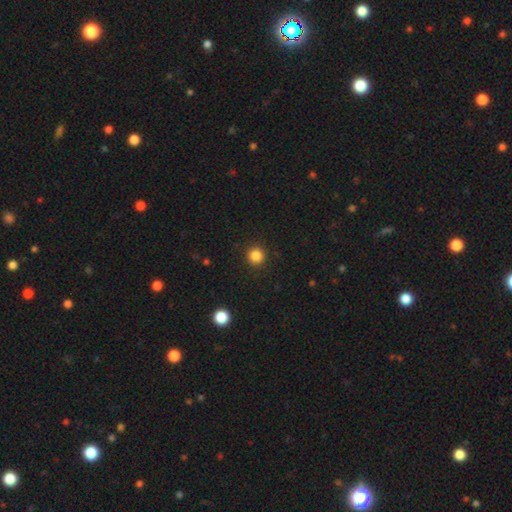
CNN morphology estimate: Smooth or featured? Predicted: smooth (p=0.85). How rounded? Predicted: round (p=0.95). Merging? Predicted: none (p=0.92).